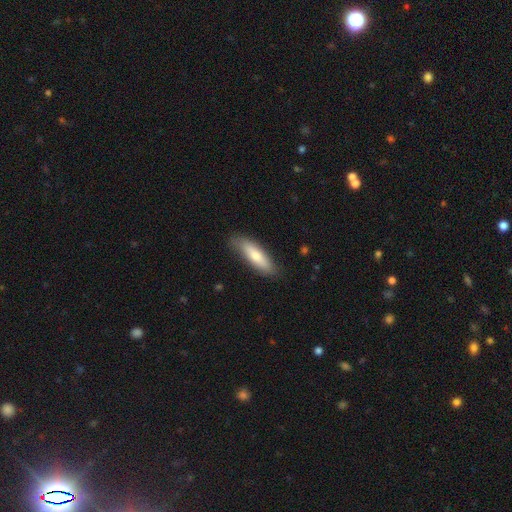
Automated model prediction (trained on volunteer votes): A smooth galaxy with no disk features (72%) that is cigar-shaped (58%). Merging: none (81%).